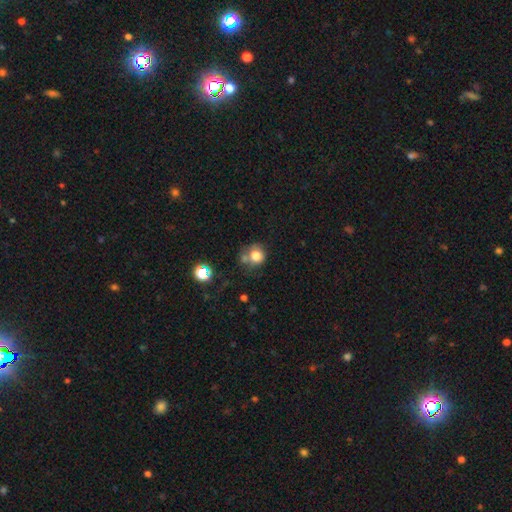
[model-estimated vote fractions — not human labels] smooth-or-featured: smooth: 76% | star or artifact: 13% | featured or disk: 12%
  how-rounded: round: 82% | in between: 17% | cigar-shaped: 1%
  merging: none: 50% | merger: 24% | minor disturbance: 18% | major disturbance: 8%